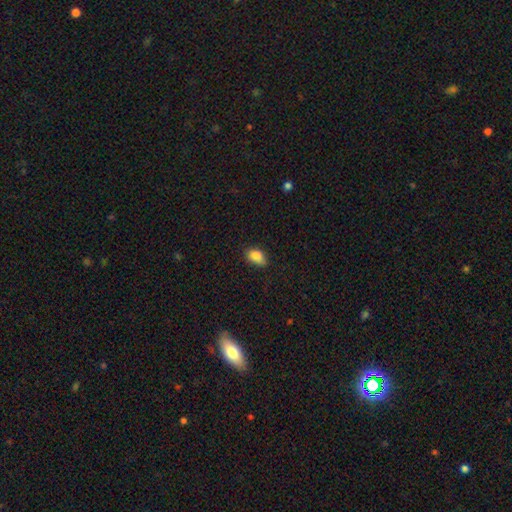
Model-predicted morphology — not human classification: Q: Smooth or featured?
A: smooth (86%); runner-up: star or artifact (9%)
Q: How rounded?
A: in between (82%); runner-up: round (16%)
Q: Merging?
A: none (66%); runner-up: minor disturbance (27%)